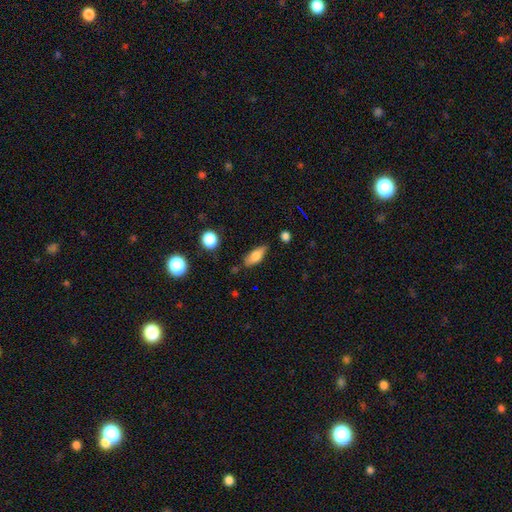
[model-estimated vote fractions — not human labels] Smooth or featured? smooth (72%)
How rounded? in between (72%)
Merging? none (76%)